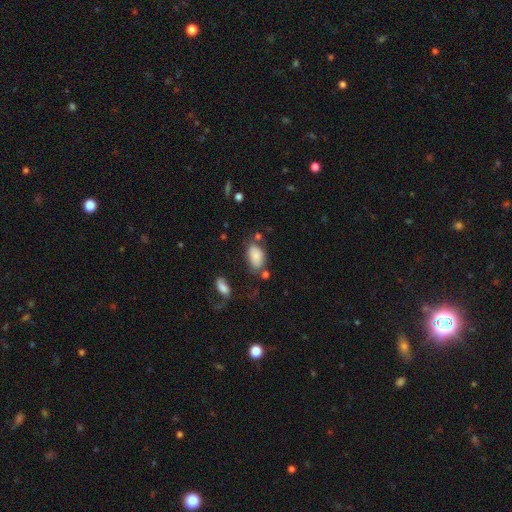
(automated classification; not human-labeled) Smooth or featured?
  - smooth: 83% *
  - featured or disk: 9%
  - star or artifact: 8%
How rounded?
  - in between: 92% *
  - round: 7%
  - cigar-shaped: 2%
Merging?
  - none: 58% *
  - minor disturbance: 23%
  - merger: 11%
  - major disturbance: 8%